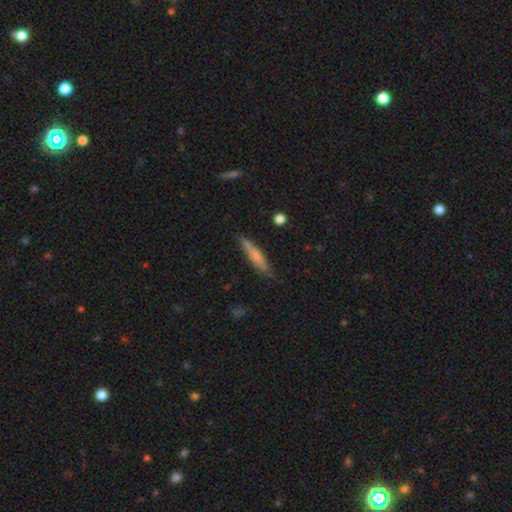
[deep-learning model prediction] Overall: smooth (58%; featured or disk 36%). How rounded: cigar-shaped (88%). Merging: none (80%).